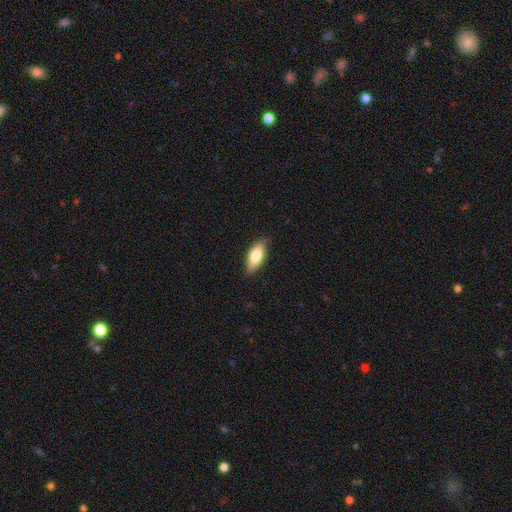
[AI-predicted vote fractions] Q: Smooth or featured?
A: smooth (76%); runner-up: featured or disk (18%)
Q: How rounded?
A: in between (80%); runner-up: cigar-shaped (18%)
Q: Merging?
A: none (82%); runner-up: minor disturbance (15%)